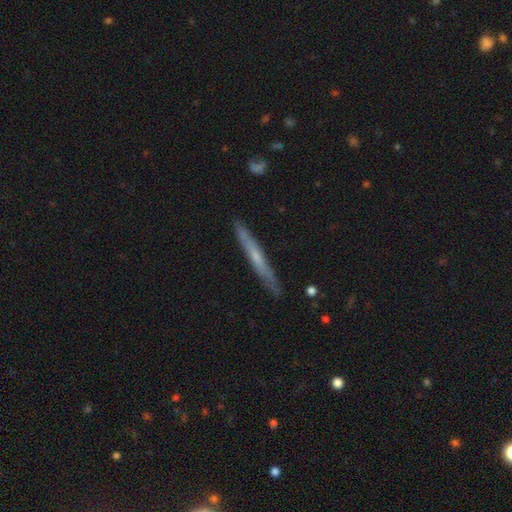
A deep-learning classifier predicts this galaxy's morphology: featured or disk 54%, smooth 40%, star or artifact 6%. Down the decision tree: edge-on disk — yes (94%); edge-on bulge — none (66%); merging — none (88%).